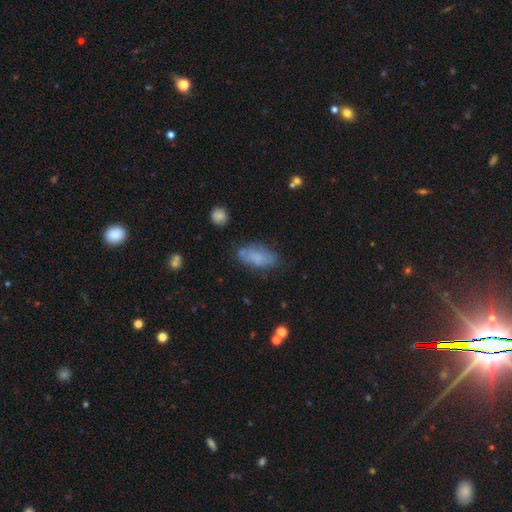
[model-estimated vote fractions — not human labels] smooth 72%, featured or disk 18%, star or artifact 10%. Down the decision tree: how rounded — in between (89%); merging — none (69%).